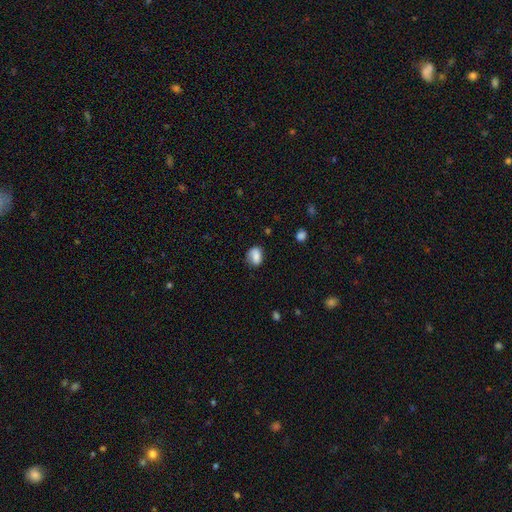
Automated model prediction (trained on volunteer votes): Q: Smooth or featured?
A: smooth (81%); runner-up: featured or disk (11%)
Q: How rounded?
A: in between (70%); runner-up: round (29%)
Q: Merging?
A: none (64%); runner-up: minor disturbance (26%)